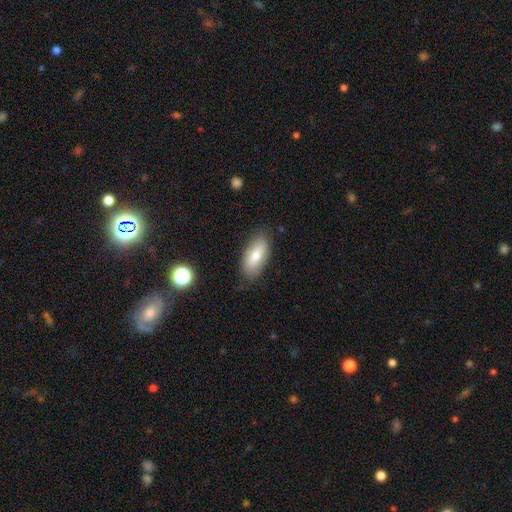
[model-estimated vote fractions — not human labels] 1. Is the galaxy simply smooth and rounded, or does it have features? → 71% smooth, 21% featured or disk, 8% star or artifact.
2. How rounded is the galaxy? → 85% in between, 13% cigar-shaped, 3% round.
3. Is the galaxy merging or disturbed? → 84% none, 12% minor disturbance, 3% major disturbance, 1% merger.